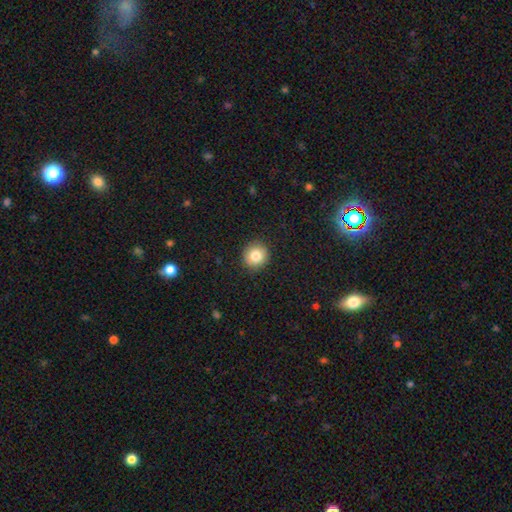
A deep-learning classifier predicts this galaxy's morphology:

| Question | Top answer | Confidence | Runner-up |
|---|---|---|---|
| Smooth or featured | smooth | 82% | star or artifact (10%) |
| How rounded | round | 91% | in between (8%) |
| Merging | none | 91% | minor disturbance (6%) |